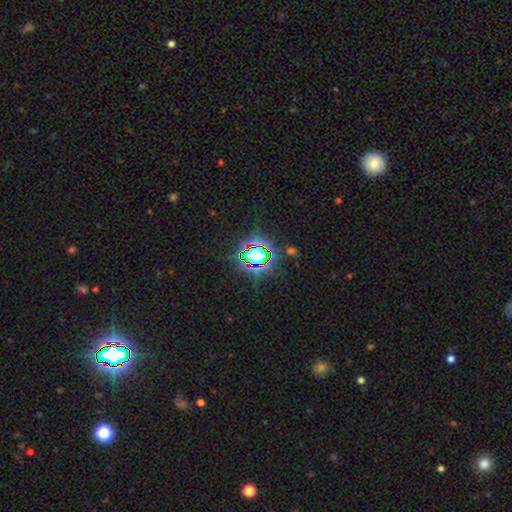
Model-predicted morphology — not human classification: Smooth or featured: star or artifact — 74% (smooth — 16%)